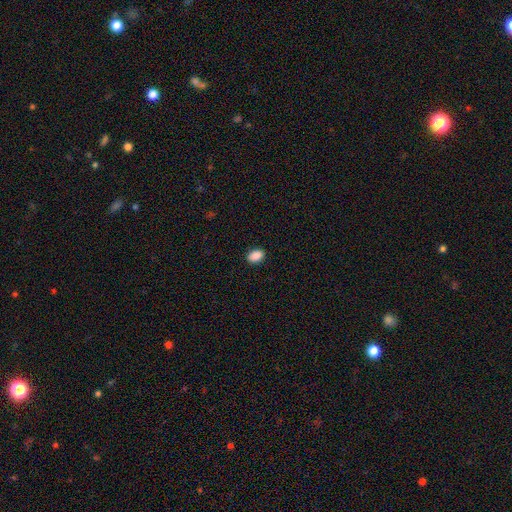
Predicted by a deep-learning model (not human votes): The model was most divided on "how rounded": in between: 86%, round: 12%, cigar-shaped: 1%. More confident: smooth or featured — smooth (90%); merging — none (90%).